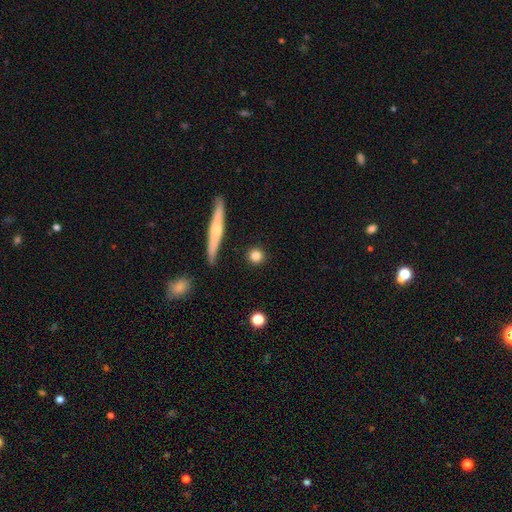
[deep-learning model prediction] Overall: smooth (81%). How rounded: round (89%). Merging: none (90%).